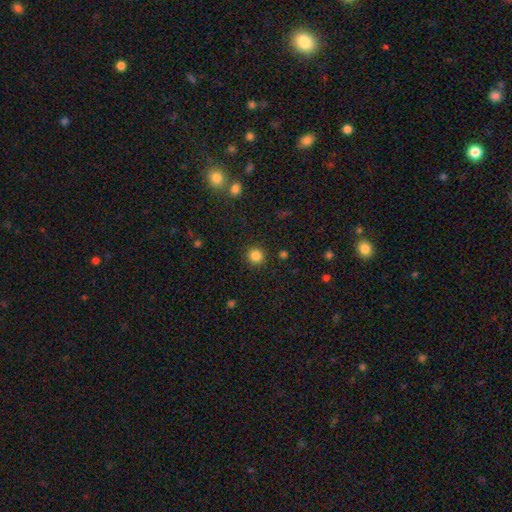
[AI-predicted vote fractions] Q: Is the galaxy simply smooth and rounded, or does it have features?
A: smooth — 84%.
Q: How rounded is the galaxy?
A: round — 94%.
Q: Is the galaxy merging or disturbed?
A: none — 91%.